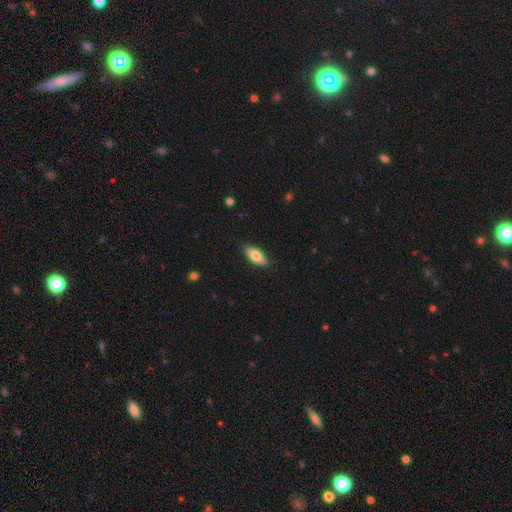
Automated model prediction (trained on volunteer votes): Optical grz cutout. It shows a smooth galaxy with no disk features (75%) that is in between round and cigar-shaped (70%). Merging: none (84%).